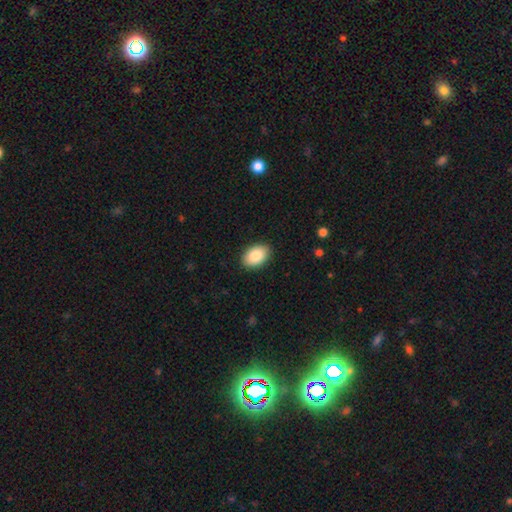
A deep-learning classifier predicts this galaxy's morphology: A smooth galaxy with no disk features (88%) that is in between round and cigar-shaped (90%). Merging: none (90%).